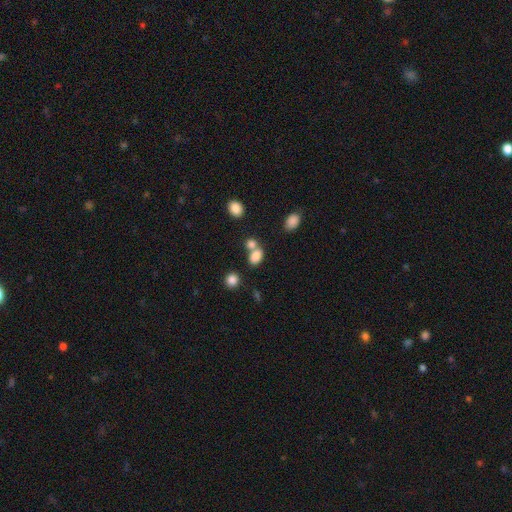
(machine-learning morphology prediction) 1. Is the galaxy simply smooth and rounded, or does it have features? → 82% smooth, 11% star or artifact, 8% featured or disk.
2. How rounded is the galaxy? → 73% in between, 25% round, 2% cigar-shaped.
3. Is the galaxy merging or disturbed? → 47% merger, 39% none, 10% minor disturbance, 5% major disturbance.